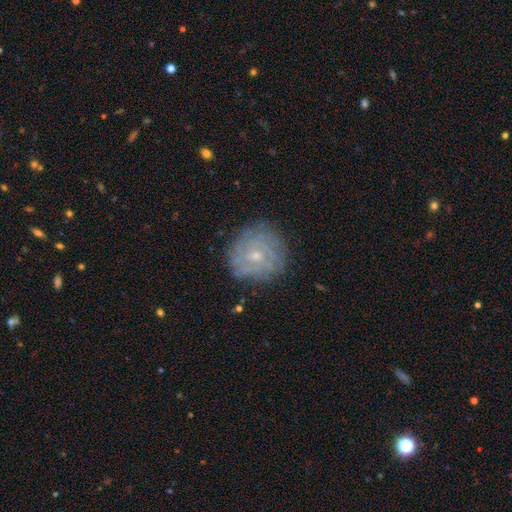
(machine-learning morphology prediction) Smooth or featured? featured or disk (73%)
Edge-on disk? no (97%)
Bar? no (61%)
Spiral arms? yes (91%)
Spiral winding? tight (75%)
Spiral arm count? can't tell (48%)
Bulge size? small (69%)
Merging? none (82%)